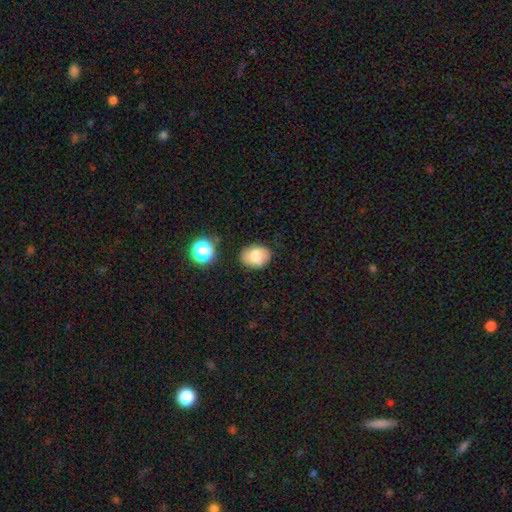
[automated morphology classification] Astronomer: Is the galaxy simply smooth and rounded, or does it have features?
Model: smooth — 73%.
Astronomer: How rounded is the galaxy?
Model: in between — 62% (runner-up: round, 37%).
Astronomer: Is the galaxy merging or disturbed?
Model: none — 76%.